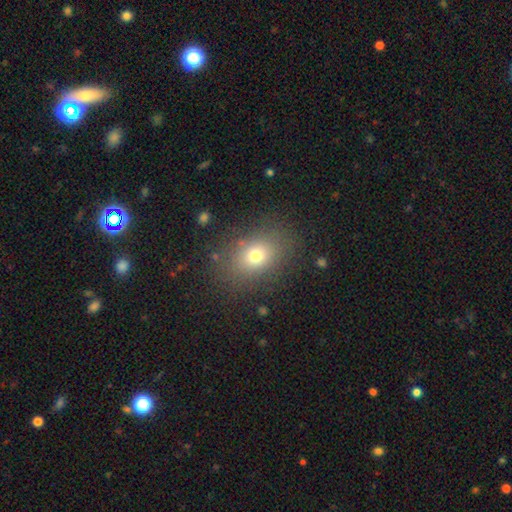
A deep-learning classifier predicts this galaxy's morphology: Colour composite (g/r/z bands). It shows a smooth galaxy with no disk features (73%) that is in between round and cigar-shaped (65%). Merging: none (83%).